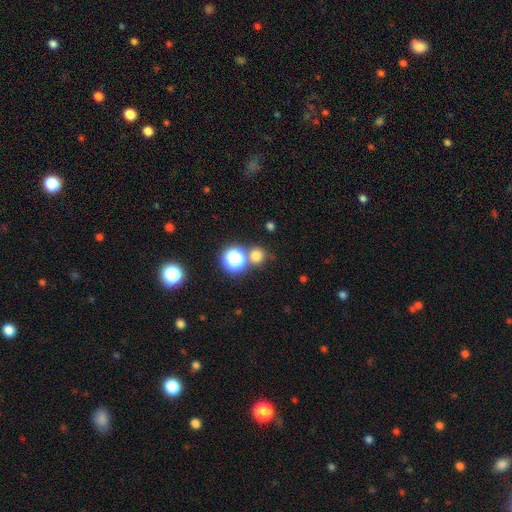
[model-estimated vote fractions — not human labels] smooth-or-featured: smooth: 70% | star or artifact: 23% | featured or disk: 6%
  how-rounded: round: 90% | in between: 9% | cigar-shaped: 1%
  merging: none: 72% | merger: 17% | minor disturbance: 7% | major disturbance: 3%